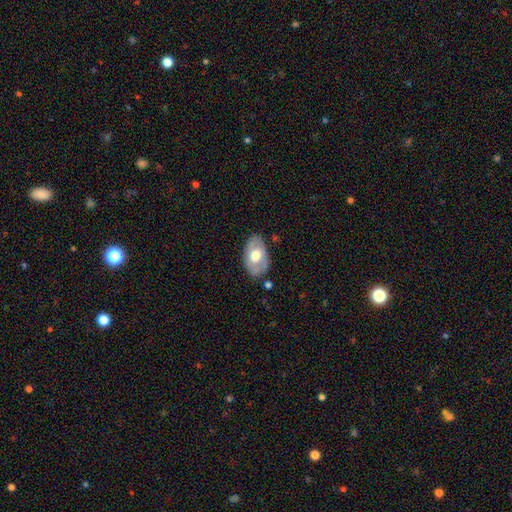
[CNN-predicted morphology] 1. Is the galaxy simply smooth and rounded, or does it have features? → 50% smooth, 45% featured or disk, 6% star or artifact.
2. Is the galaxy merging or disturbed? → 76% none, 17% minor disturbance, 4% major disturbance, 2% merger.